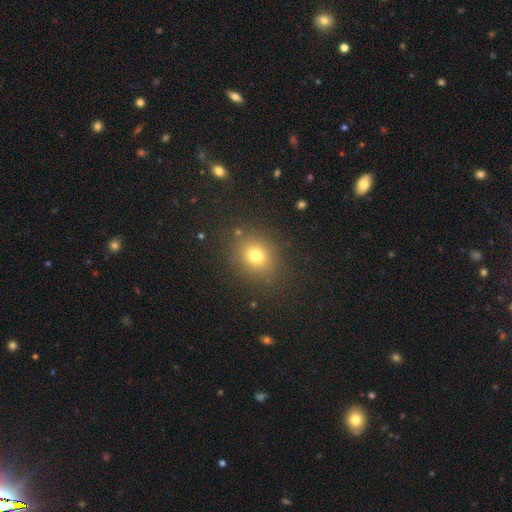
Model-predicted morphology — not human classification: Q: Smooth or featured?
A: smooth (75%); runner-up: star or artifact (16%)
Q: How rounded?
A: round (64%); runner-up: in between (35%)
Q: Merging?
A: none (85%); runner-up: minor disturbance (9%)